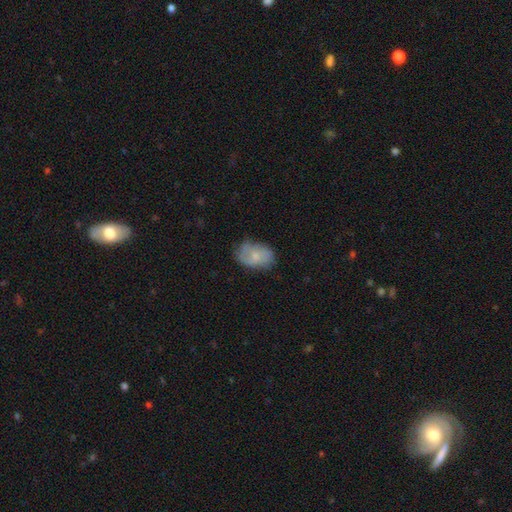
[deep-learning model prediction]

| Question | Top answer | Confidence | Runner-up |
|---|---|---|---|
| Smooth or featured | smooth | 59% | featured or disk (33%) |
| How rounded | in between | 83% | round (16%) |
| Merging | none | 62% | minor disturbance (28%) |